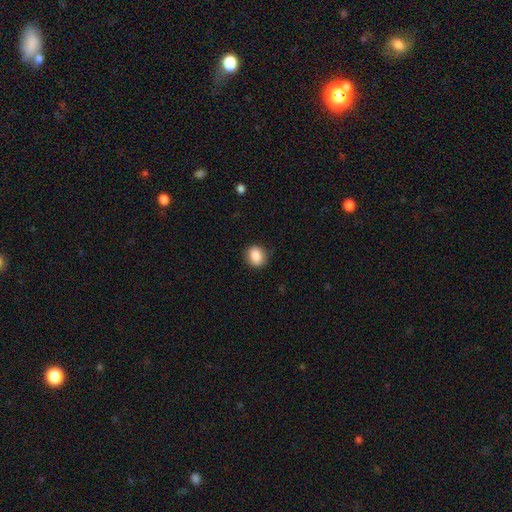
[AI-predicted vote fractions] This is clearly a smooth galaxy (87%). How rounded: possibly round (60%). Merging: clearly none (85%).